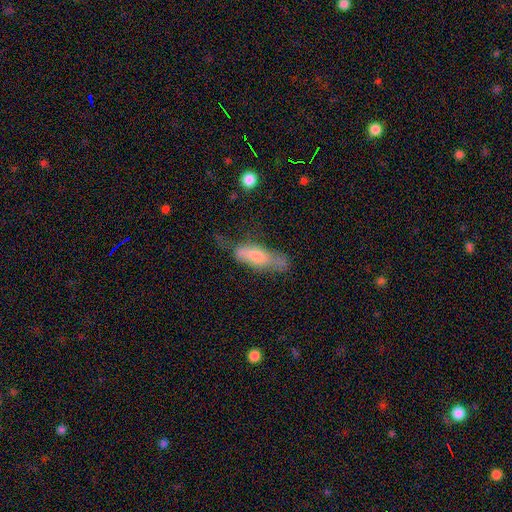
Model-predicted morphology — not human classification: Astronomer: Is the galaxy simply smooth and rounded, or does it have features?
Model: smooth — 61%.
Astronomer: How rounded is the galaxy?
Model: in between — 52% (runner-up: cigar-shaped, 46%).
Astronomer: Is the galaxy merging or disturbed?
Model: none — 40% (runner-up: minor disturbance, 33%).